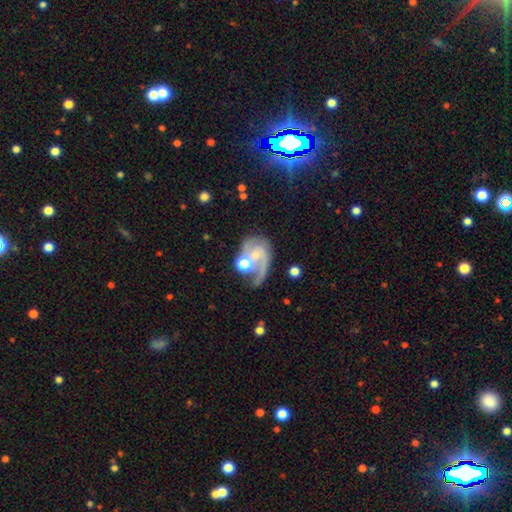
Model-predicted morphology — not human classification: Smooth or featured?
  - featured or disk: 76% *
  - smooth: 16%
  - star or artifact: 8%
Edge-on disk?
  - no: 98% *
  - yes: 2%
Bar?
  - no: 60% *
  - weak: 32%
  - strong: 8%
Spiral arms?
  - yes: 92% *
  - no: 8%
Spiral winding?
  - medium: 45% *
  - loose: 34%
  - tight: 21%
Spiral arm count?
  - 2: 45% *
  - 1: 43%
  - can't tell: 6%
  - 3: 3%
  - 4: 1%
  - more than 4: 1%
Bulge size?
  - small: 50% *
  - moderate: 34%
  - none: 10%
  - large: 4%
  - dominant: 2%
Merging?
  - none: 37% *
  - major disturbance: 24%
  - merger: 21%
  - minor disturbance: 17%